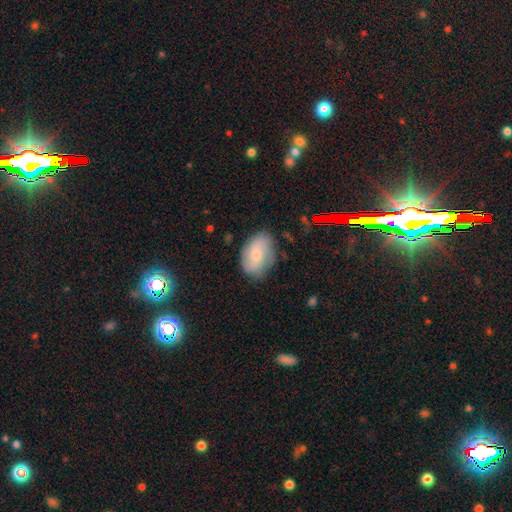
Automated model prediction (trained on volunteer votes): smooth 61%, featured or disk 31%, star or artifact 8%. Down the decision tree: how rounded — in between (83%); merging — none (75%).